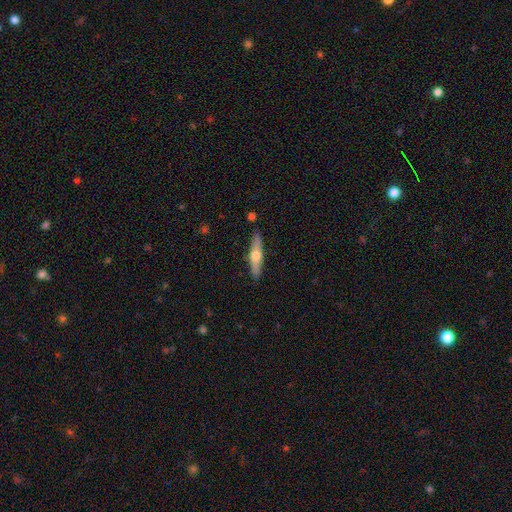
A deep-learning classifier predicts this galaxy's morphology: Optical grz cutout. It shows a featured or disk galaxy (49%). Merging: none (87%).